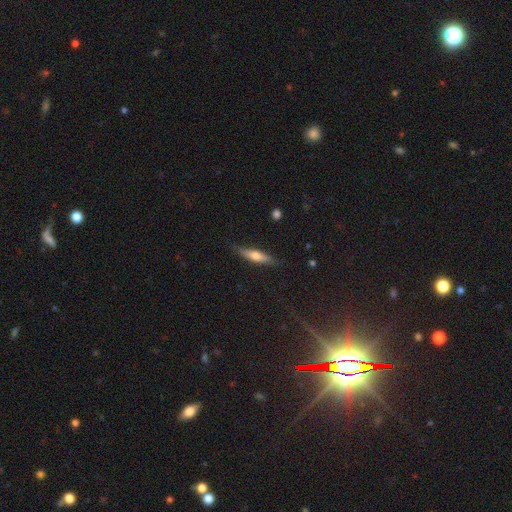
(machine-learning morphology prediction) Smooth or featured?
  - smooth: 49% *
  - featured or disk: 44%
  - star or artifact: 6%
Merging?
  - none: 84% *
  - minor disturbance: 12%
  - major disturbance: 2%
  - merger: 1%